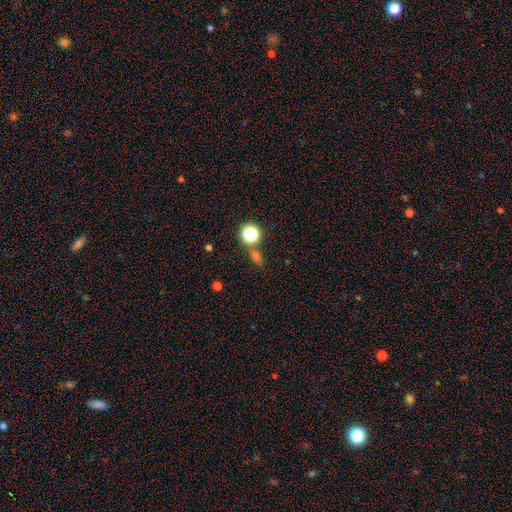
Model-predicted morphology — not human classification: Q: Smooth or featured?
A: smooth (47%); runner-up: star or artifact (42%)
Q: Merging?
A: none (69%); runner-up: merger (14%)